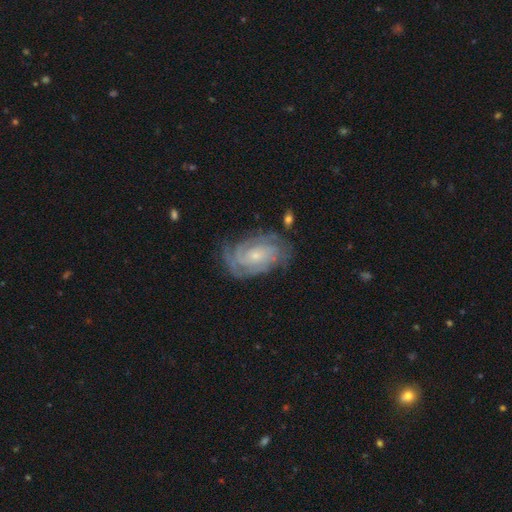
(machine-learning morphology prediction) The model was most divided on "spiral arm count": can't tell: 32%, 2: 23%, 3: 22%, 4: 12%, 1: 5%, more than 4: 5%. More confident: edge-on disk — no (96%); spiral arms — yes (96%); smooth or featured — featured or disk (84%); merging — none (72%); spiral winding — tight (71%); bulge size — small (70%); bar — no (67%).